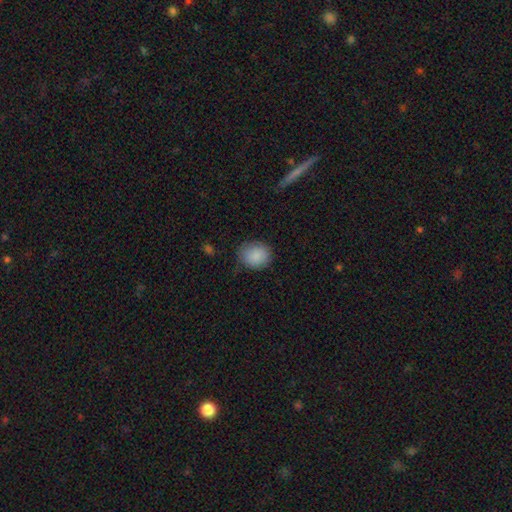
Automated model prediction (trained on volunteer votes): Smooth or featured?
  - smooth: 88% *
  - star or artifact: 8%
  - featured or disk: 4%
How rounded?
  - round: 65% *
  - in between: 34%
  - cigar-shaped: 1%
Merging?
  - none: 76% *
  - minor disturbance: 19%
  - major disturbance: 5%
  - merger: 1%